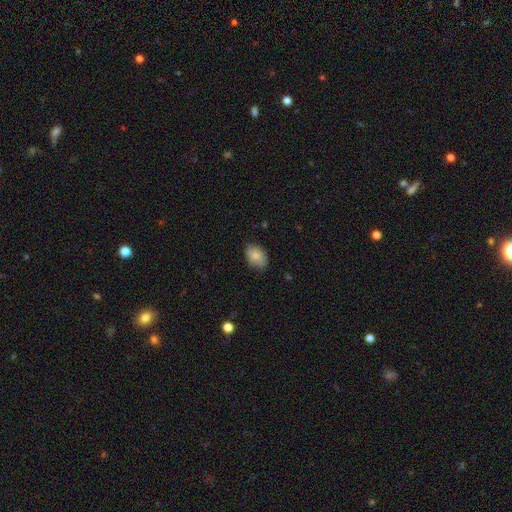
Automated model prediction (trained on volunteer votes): Q: Smooth or featured?
A: smooth (85%); runner-up: featured or disk (7%)
Q: How rounded?
A: in between (81%); runner-up: round (17%)
Q: Merging?
A: none (76%); runner-up: minor disturbance (19%)